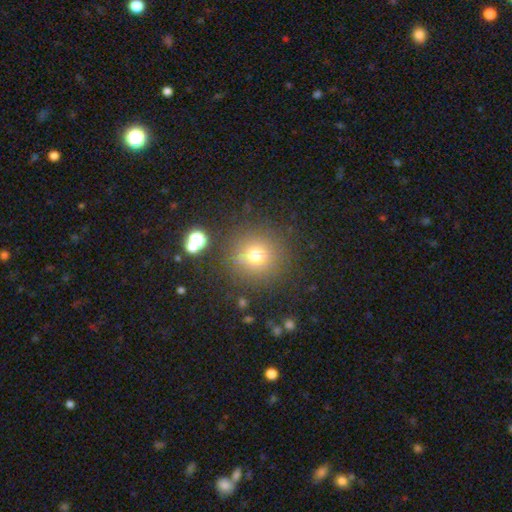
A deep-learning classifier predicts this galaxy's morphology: Overall: smooth (71%). How rounded: round (93%). Merging: none (84%).